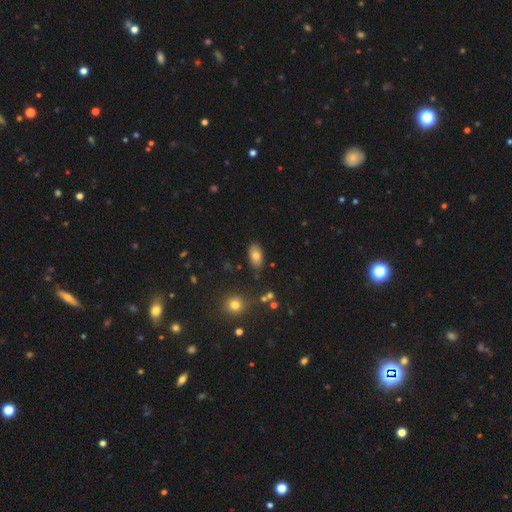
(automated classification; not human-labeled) Smooth or featured?
  - smooth: 78% *
  - featured or disk: 12%
  - star or artifact: 10%
How rounded?
  - in between: 92% *
  - round: 6%
  - cigar-shaped: 3%
Merging?
  - none: 85% *
  - minor disturbance: 11%
  - major disturbance: 3%
  - merger: 2%